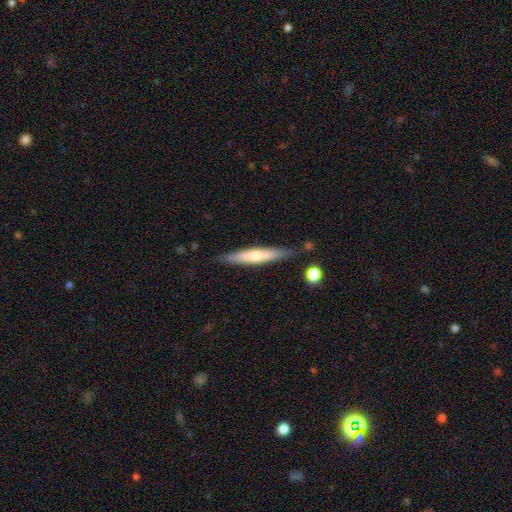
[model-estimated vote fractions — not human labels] Smooth or featured?
  - smooth: 52% *
  - featured or disk: 42%
  - star or artifact: 6%
How rounded?
  - cigar-shaped: 91% *
  - in between: 8%
  - round: 1%
Merging?
  - none: 83% *
  - minor disturbance: 13%
  - merger: 2%
  - major disturbance: 2%